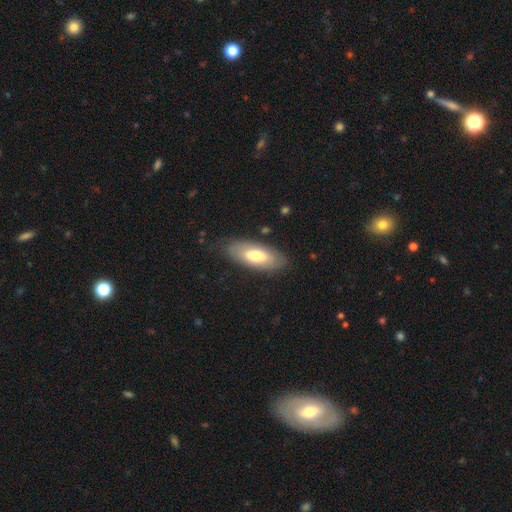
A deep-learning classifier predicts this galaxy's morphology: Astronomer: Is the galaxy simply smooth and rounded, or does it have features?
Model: smooth — 61%.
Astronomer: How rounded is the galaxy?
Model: in between — 84%.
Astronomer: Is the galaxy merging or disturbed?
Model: none — 81%.